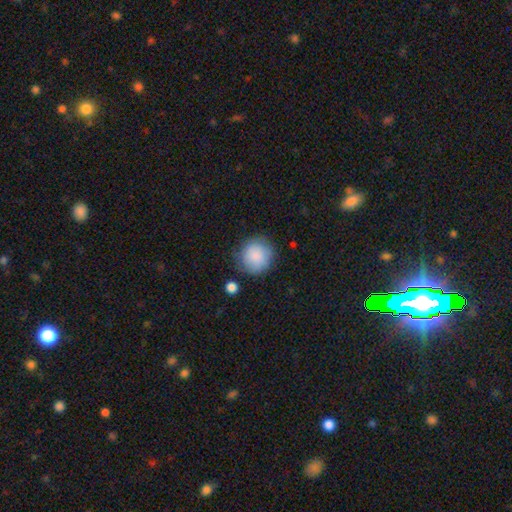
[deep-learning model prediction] Morphology: type=smooth (85%); roundness=round (92%); merging=none (77%).